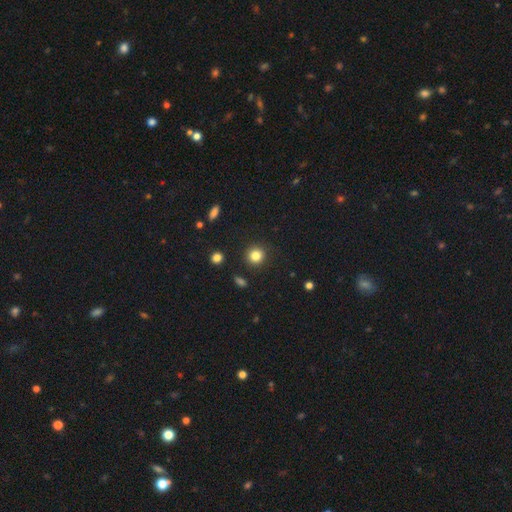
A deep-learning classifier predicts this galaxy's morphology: A smooth galaxy with no disk features (83%) that is round (91%).

Vote fractions:
- Smooth or featured? smooth: 83% / star or artifact: 12% / featured or disk: 5%
- How rounded? round: 91% / in between: 8% / cigar-shaped: 1%
- Merging? none: 90% / minor disturbance: 6% / major disturbance: 2% / merger: 2%